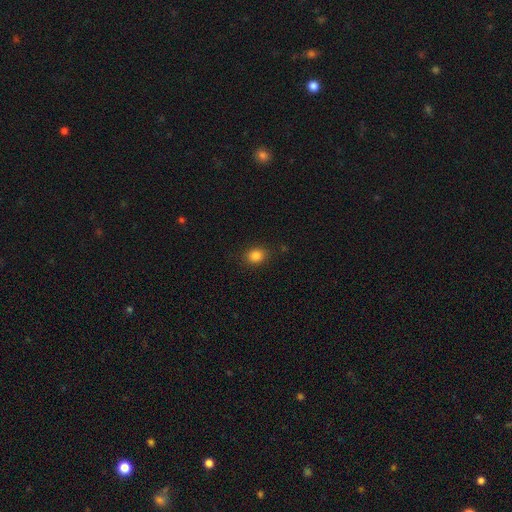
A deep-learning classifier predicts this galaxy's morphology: This appears to be a smooth galaxy with no disk features (84%) that is round (62%). Merging: none (87%).